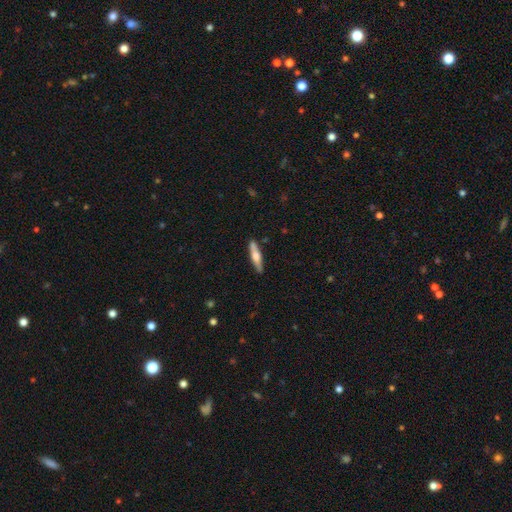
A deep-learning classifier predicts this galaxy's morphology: Smooth or featured?
  - smooth: 50% *
  - featured or disk: 44%
  - star or artifact: 5%
How rounded?
  - cigar-shaped: 82% *
  - in between: 16%
  - round: 2%
Merging?
  - none: 83% *
  - minor disturbance: 11%
  - merger: 3%
  - major disturbance: 2%